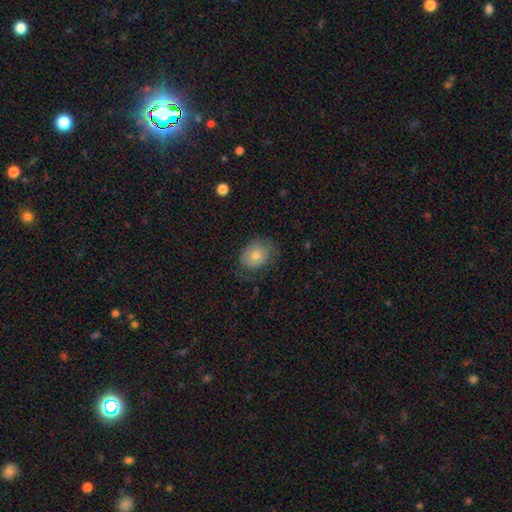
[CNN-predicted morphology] This is likely a smooth galaxy (67%). How rounded: possibly in between (53%). Merging: likely none (66%).